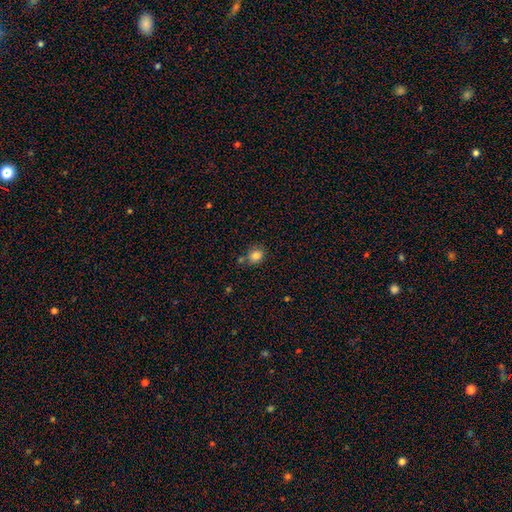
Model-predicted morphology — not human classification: smooth 83%, star or artifact 11%, featured or disk 6%. Down the decision tree: how rounded — round (69%); merging — none (68%).